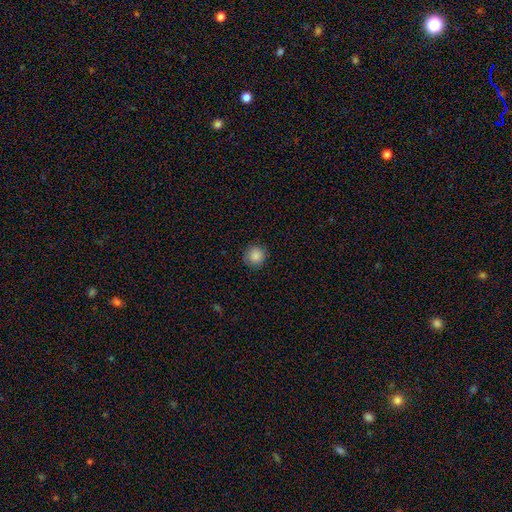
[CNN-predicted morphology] This is clearly a smooth galaxy (87%). How rounded: clearly round (93%). Merging: clearly none (88%).